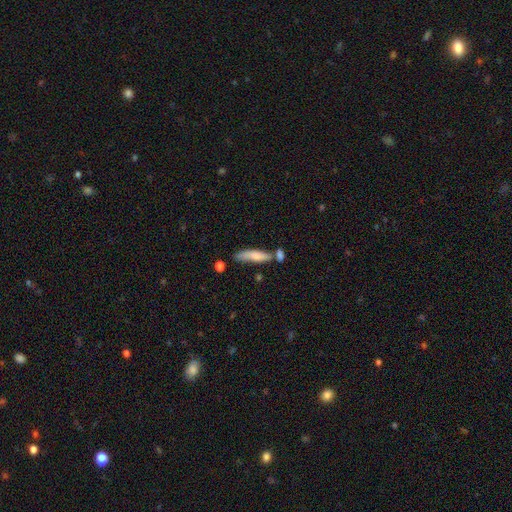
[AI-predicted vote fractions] smooth-or-featured: smooth: 74% | featured or disk: 20% | star or artifact: 6%
  how-rounded: cigar-shaped: 72% | in between: 26% | round: 2%
  merging: none: 54% | minor disturbance: 21% | merger: 19% | major disturbance: 6%